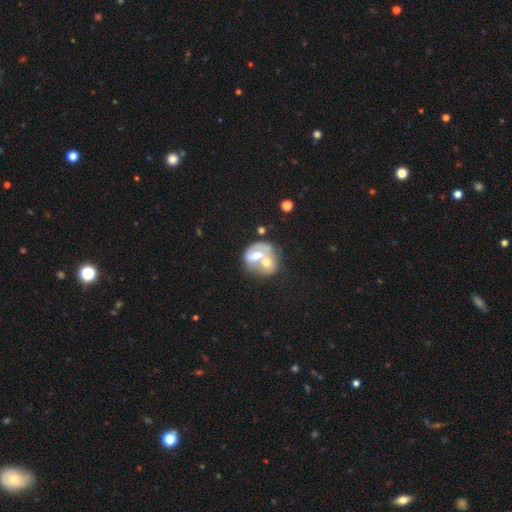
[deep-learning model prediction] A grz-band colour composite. It shows a featured or disk galaxy (48%). Merging: merger (73%).